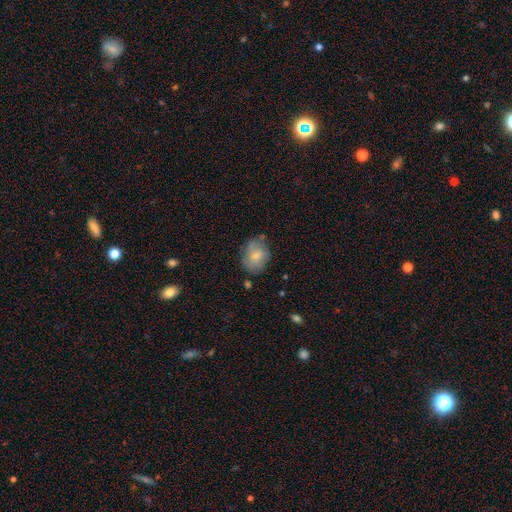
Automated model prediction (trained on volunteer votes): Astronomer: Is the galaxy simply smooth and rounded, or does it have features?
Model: smooth — 70%.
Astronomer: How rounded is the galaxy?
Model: in between — 57% (runner-up: round, 41%).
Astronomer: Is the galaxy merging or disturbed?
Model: none — 63%.